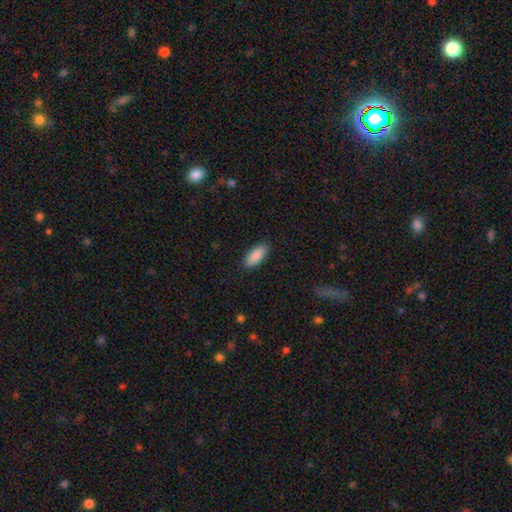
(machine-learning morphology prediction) A smooth galaxy with no disk features (90%) that is in between round and cigar-shaped (87%).

Vote fractions:
- Smooth or featured? smooth: 90% / star or artifact: 6% / featured or disk: 4%
- How rounded? in between: 87% / cigar-shaped: 11% / round: 2%
- Merging? none: 88% / minor disturbance: 9% / major disturbance: 2% / merger: 1%